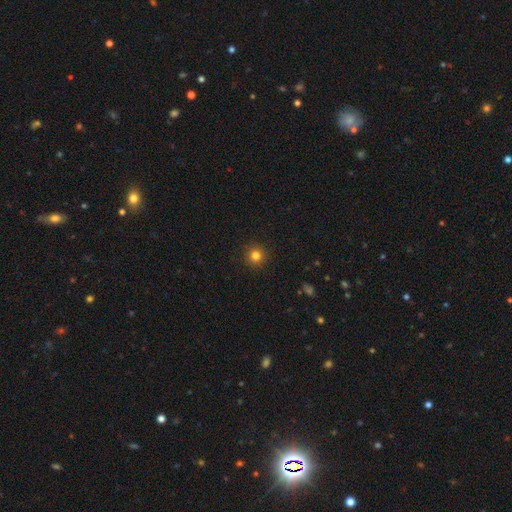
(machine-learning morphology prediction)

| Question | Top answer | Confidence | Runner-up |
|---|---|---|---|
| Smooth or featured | smooth | 81% | star or artifact (14%) |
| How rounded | round | 95% | in between (4%) |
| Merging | none | 92% | minor disturbance (5%) |